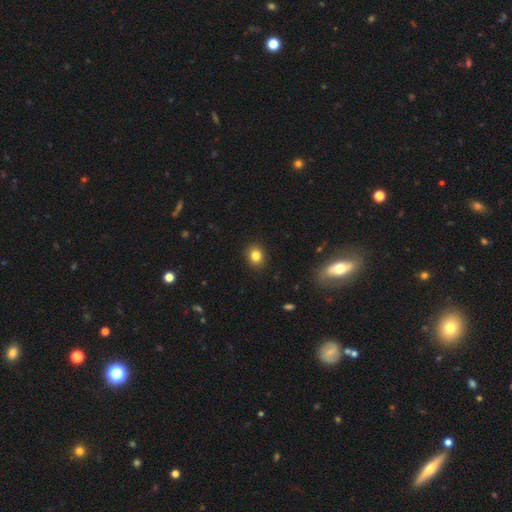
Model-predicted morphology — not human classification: A smooth galaxy with no disk features (83%) that is round (64%). Merging: none (90%).